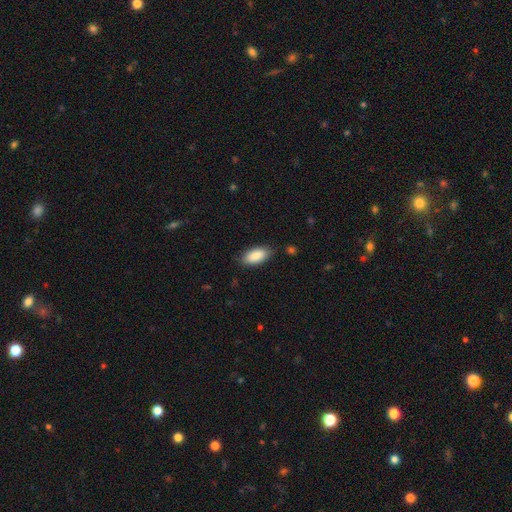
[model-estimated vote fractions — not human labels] This is clearly a smooth galaxy (89%). How rounded: clearly in between (91%). Merging: clearly none (84%).